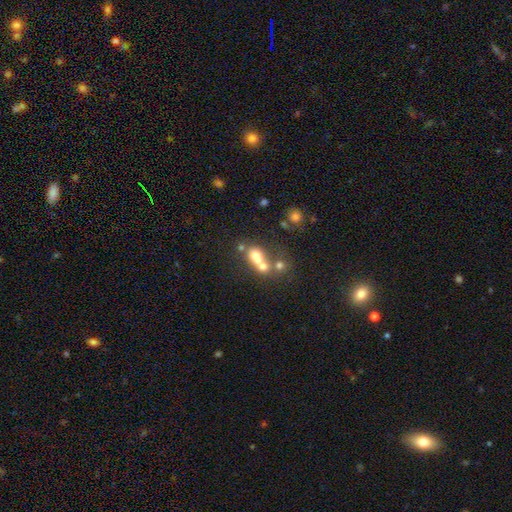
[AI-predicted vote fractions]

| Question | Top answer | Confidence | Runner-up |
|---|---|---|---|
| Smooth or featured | smooth | 60% | featured or disk (24%) |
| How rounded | round | 55% | in between (42%) |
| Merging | merger | 59% | none (26%) |